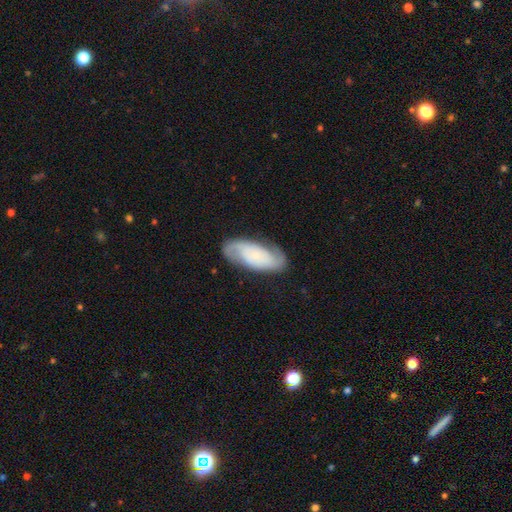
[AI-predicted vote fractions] Smooth or featured? featured or disk (68%)
Edge-on disk? no (93%)
Bar? no (69%)
Spiral arms? yes (92%)
Spiral winding? medium (41%)
Spiral arm count? 2 (83%)
Bulge size? small (68%)
Merging? none (76%)